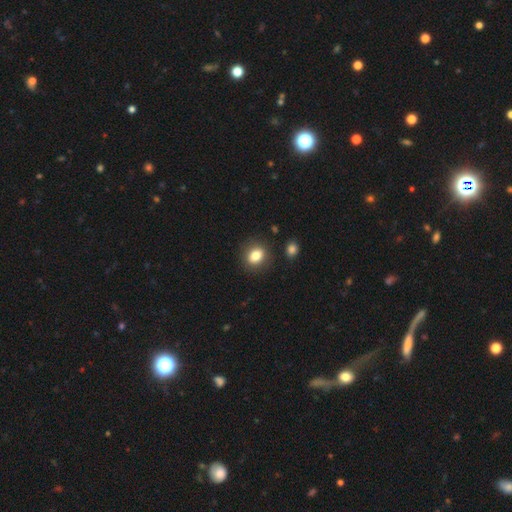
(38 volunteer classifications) smooth-or-featured: smooth: 79% | featured or disk: 16% | star or artifact: 5%
  how-rounded: in between: 53% | round: 47% | cigar-shaped: 0%
  merging: none: 83% | minor disturbance: 11% | major disturbance: 6% | merger: 0%